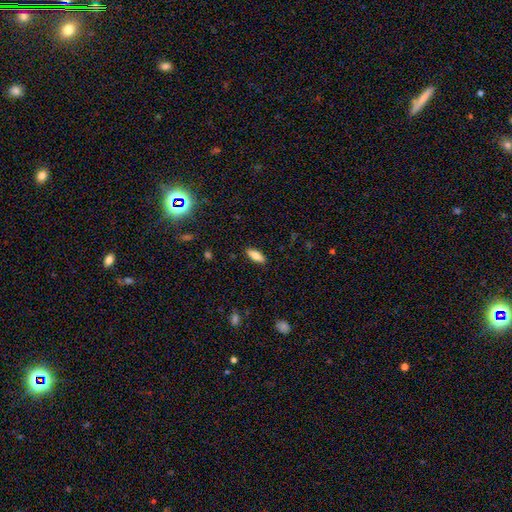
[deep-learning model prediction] This is clearly a smooth galaxy (81%). How rounded: likely in between (71%). Merging: clearly none (89%).